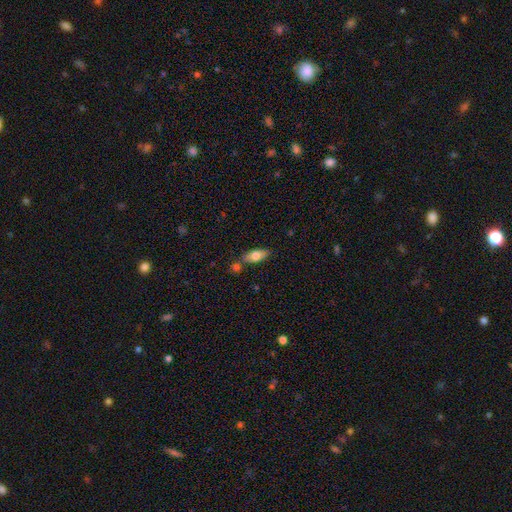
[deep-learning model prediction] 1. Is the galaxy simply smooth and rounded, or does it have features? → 69% smooth, 24% featured or disk, 7% star or artifact.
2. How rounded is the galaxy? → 75% in between, 21% cigar-shaped, 3% round.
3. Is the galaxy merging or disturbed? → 69% none, 14% merger, 14% minor disturbance, 3% major disturbance.